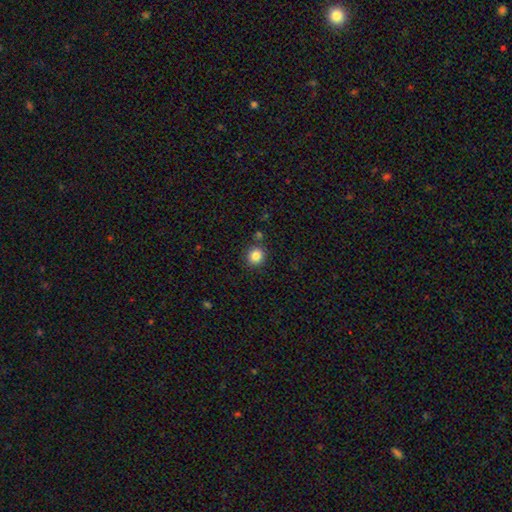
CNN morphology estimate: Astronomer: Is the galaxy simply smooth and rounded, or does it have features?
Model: smooth — 85%.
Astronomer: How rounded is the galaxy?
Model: round — 90%.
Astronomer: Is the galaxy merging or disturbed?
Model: none — 84%.